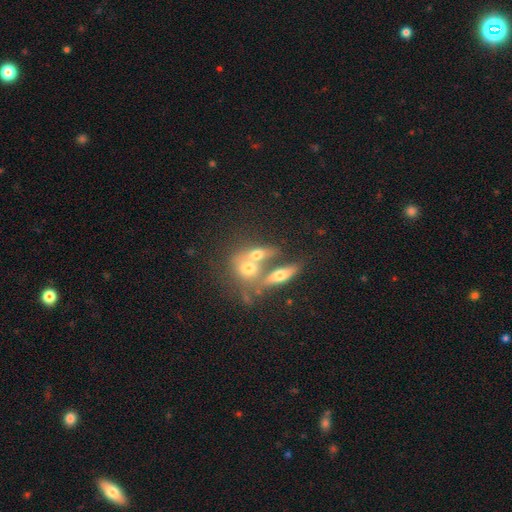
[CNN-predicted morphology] This appears to be a featured or disk galaxy (46%). Merging: merger (59%).